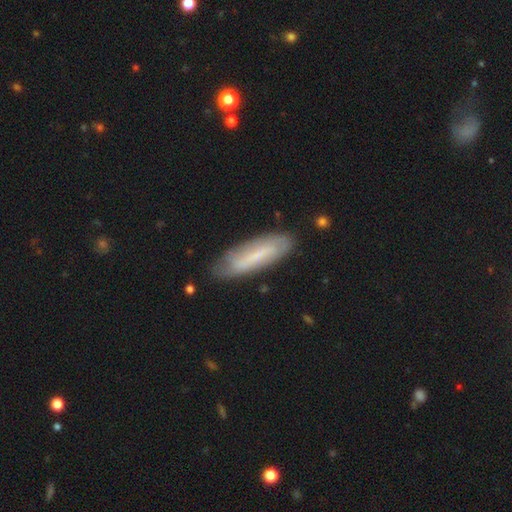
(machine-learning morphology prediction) Smooth or featured? smooth (50%)
Merging? none (77%)